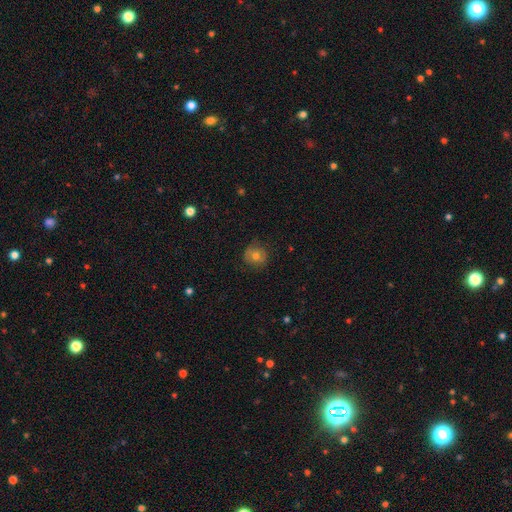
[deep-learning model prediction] Morphology: type=smooth (66%); roundness=round (87%); merging=none (80%).